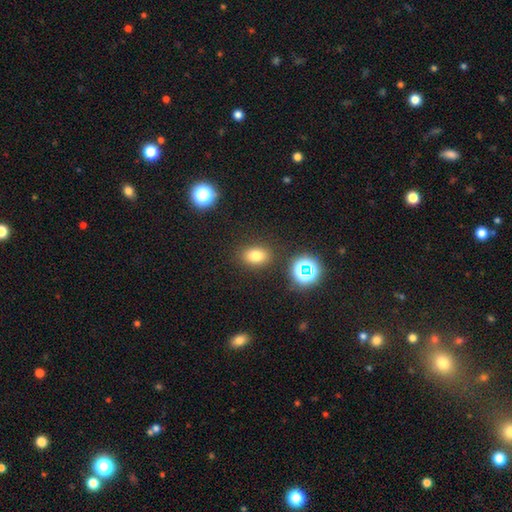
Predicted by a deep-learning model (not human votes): Smooth or featured? Predicted: smooth (p=0.75). How rounded? Predicted: in between (p=0.69). Merging? Predicted: none (p=0.85).